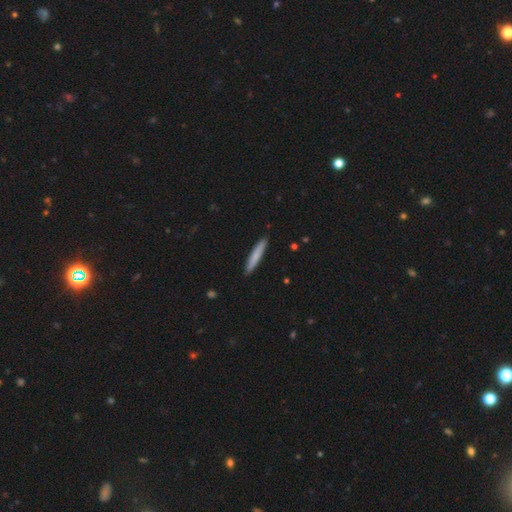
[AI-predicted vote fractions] Smooth or featured? smooth (77%)
How rounded? cigar-shaped (95%)
Merging? none (91%)